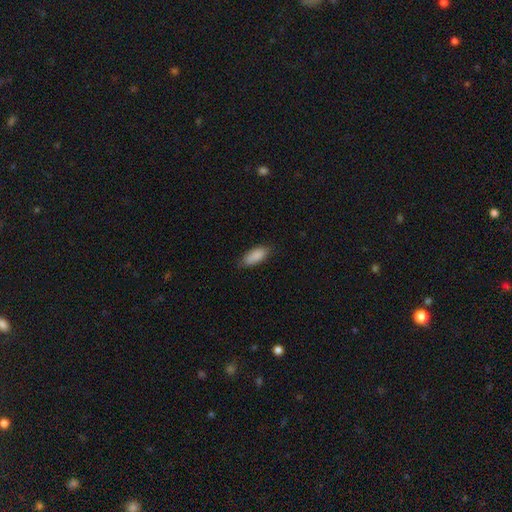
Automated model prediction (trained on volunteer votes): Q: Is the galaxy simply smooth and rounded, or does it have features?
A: smooth — 89%.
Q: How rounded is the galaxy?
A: in between — 83%.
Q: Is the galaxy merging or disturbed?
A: none — 79%.